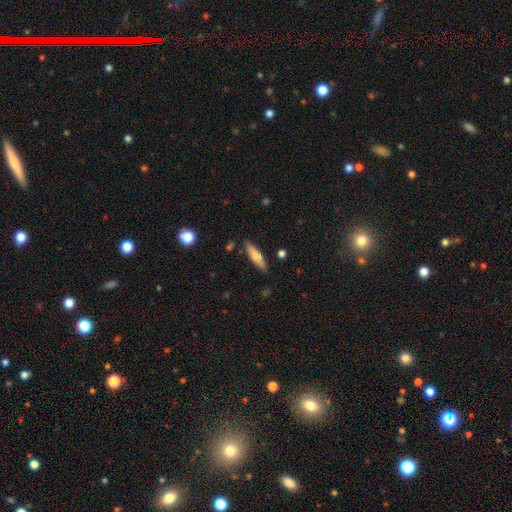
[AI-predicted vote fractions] Smooth or featured: smooth — 69% (featured or disk — 25%)
How rounded: cigar-shaped — 73% (in between — 26%)
Merging: none — 84% (minor disturbance — 11%)